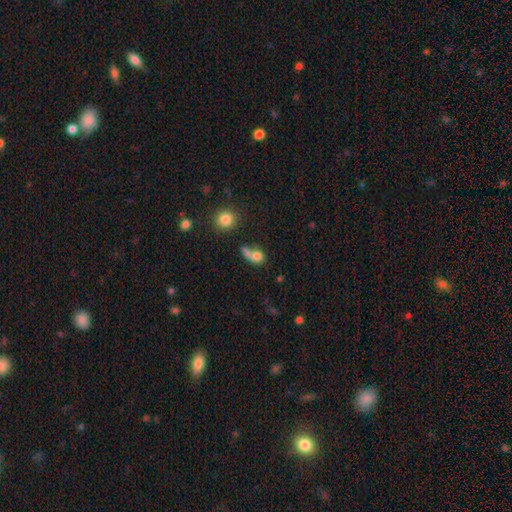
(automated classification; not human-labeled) smooth_or_featured: smooth (p=0.70) [alt: featured or disk p=0.17]
how_rounded: in between (p=0.48) [alt: round p=0.46]
merging: merger (p=0.36) [alt: none p=0.31]